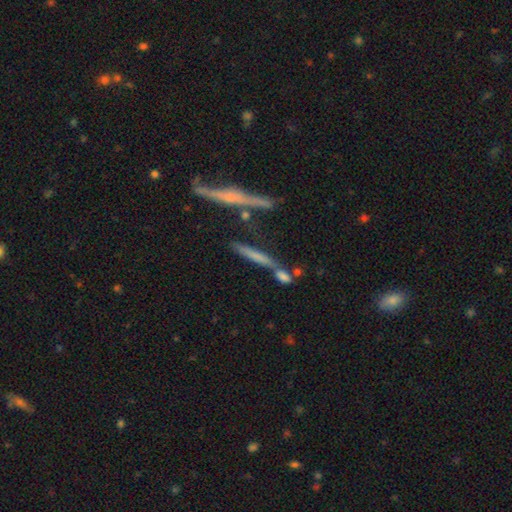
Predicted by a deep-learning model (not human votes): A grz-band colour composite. It shows a smooth galaxy with no disk features (47%). Merging: none (54%).